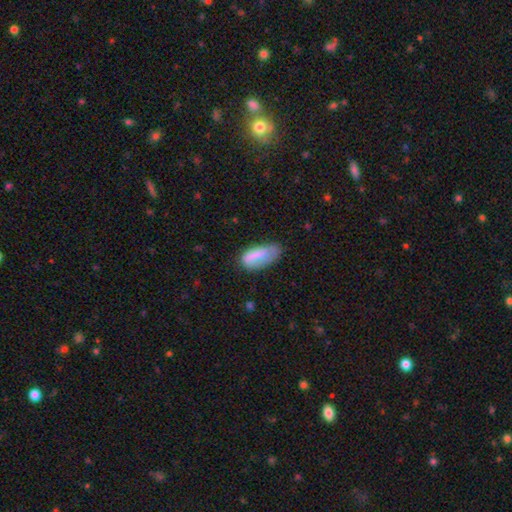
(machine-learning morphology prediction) smooth-or-featured: smooth: 76% | featured or disk: 17% | star or artifact: 7%
  how-rounded: in between: 81% | cigar-shaped: 17% | round: 2%
  merging: none: 44% | minor disturbance: 36% | major disturbance: 16% | merger: 3%